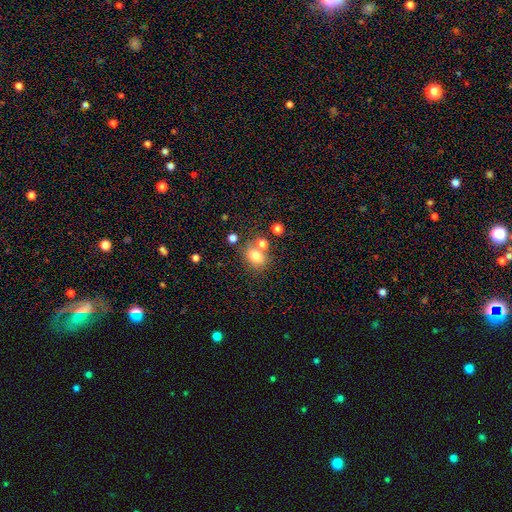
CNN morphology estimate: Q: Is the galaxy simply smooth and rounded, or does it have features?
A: smooth — 76%.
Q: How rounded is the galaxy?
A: round — 55%.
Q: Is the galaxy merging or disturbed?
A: none — 59%.